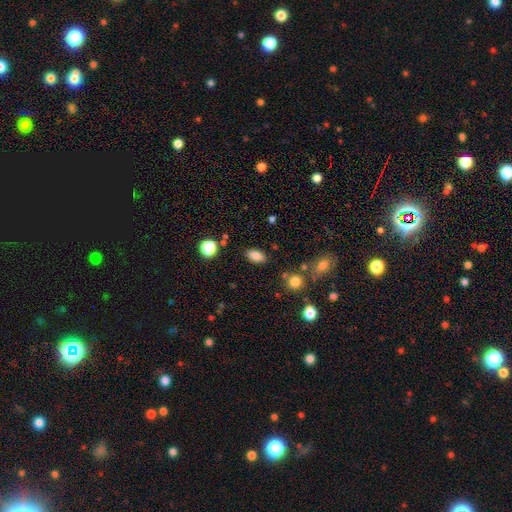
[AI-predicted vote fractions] The model was most divided on "merging": none: 83%, minor disturbance: 11%, merger: 3%, major disturbance: 3%. More confident: how rounded — in between (89%); smooth or featured — smooth (84%).